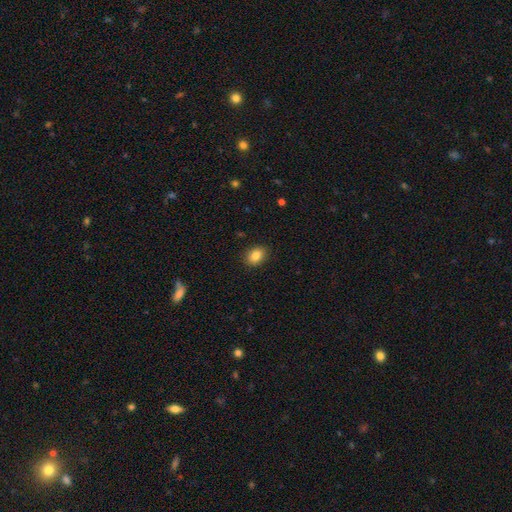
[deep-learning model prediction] smooth 85%, star or artifact 9%, featured or disk 6%. Down the decision tree: how rounded — in between (67%); merging — none (89%).